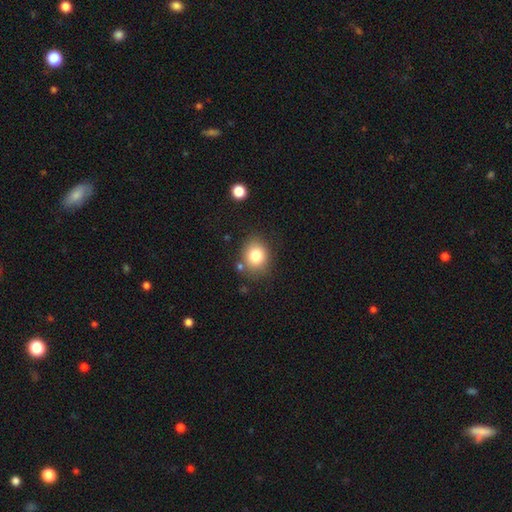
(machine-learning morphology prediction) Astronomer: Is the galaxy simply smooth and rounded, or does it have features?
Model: smooth — 80%.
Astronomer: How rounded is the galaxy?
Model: round — 65%.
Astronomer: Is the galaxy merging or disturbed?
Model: none — 79%.